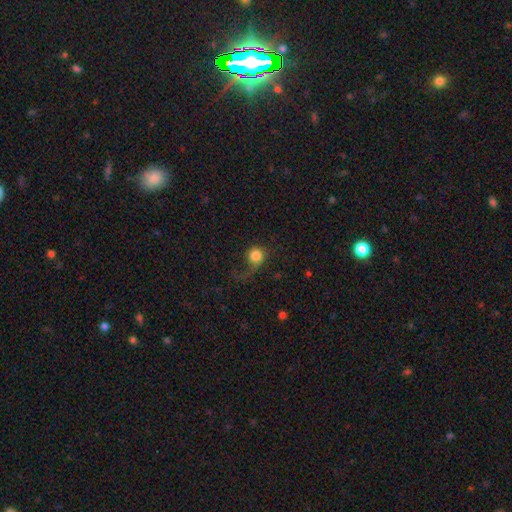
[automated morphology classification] Smooth or featured? Predicted: smooth (p=0.76). How rounded? Predicted: round (p=0.86). Merging? Predicted: major disturbance (p=0.42).